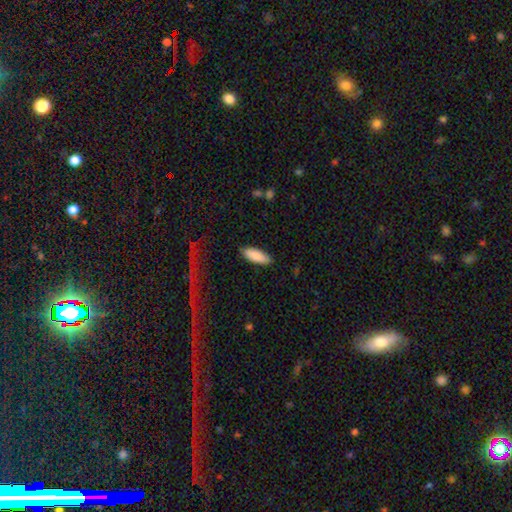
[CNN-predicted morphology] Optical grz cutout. It shows a smooth galaxy with no disk features (86%) that is in between round and cigar-shaped (64%). Merging: none (87%).